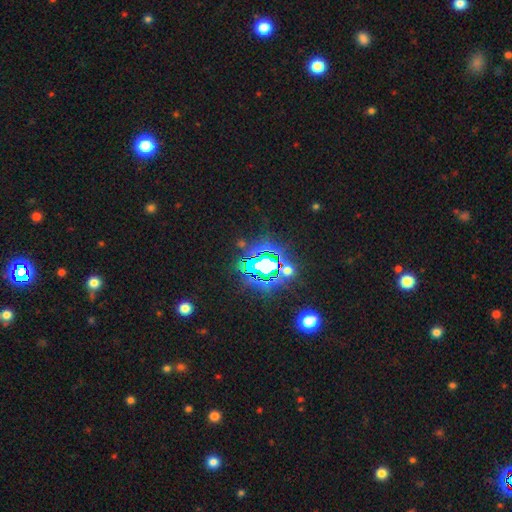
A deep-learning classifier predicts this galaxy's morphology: The model was most divided on "smooth or featured": star or artifact: 84%, smooth: 9%, featured or disk: 6%.